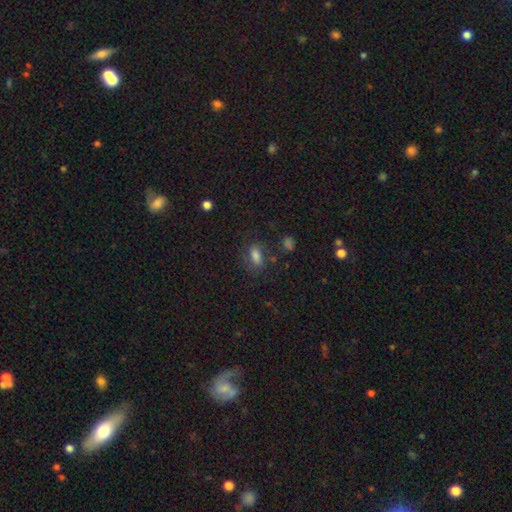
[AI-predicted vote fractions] This is likely a smooth galaxy (75%). How rounded: clearly in between (82%). Merging: likely none (70%).